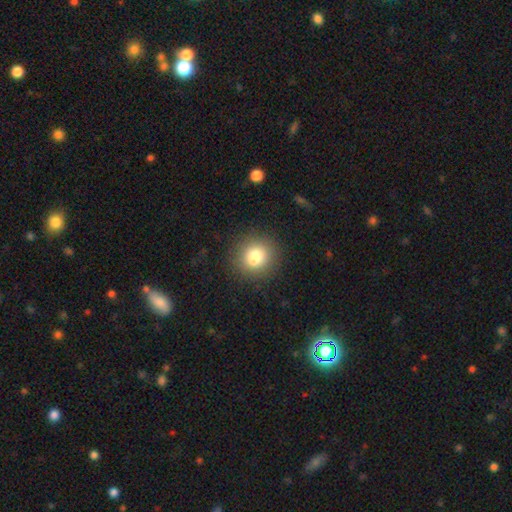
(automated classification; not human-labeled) Overall: smooth (78%). How rounded: round (83%). Merging: none (80%).